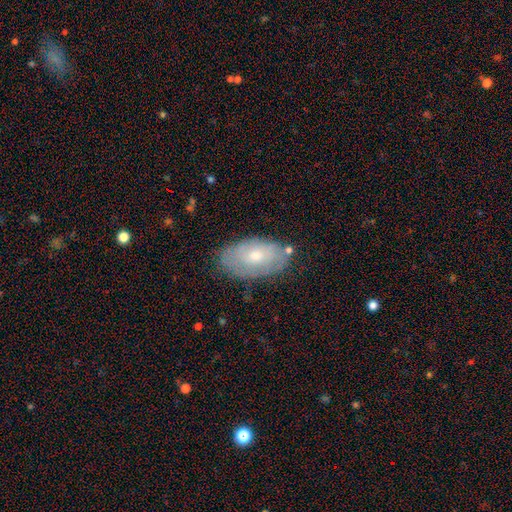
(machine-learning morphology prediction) type=smooth (48%); merging=none (75%).